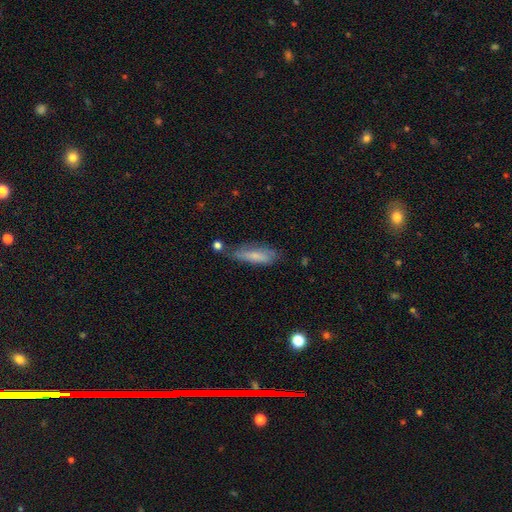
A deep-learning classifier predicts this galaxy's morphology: A smooth galaxy with no disk features (70%) that is cigar-shaped (59%). Merging: none (61%).